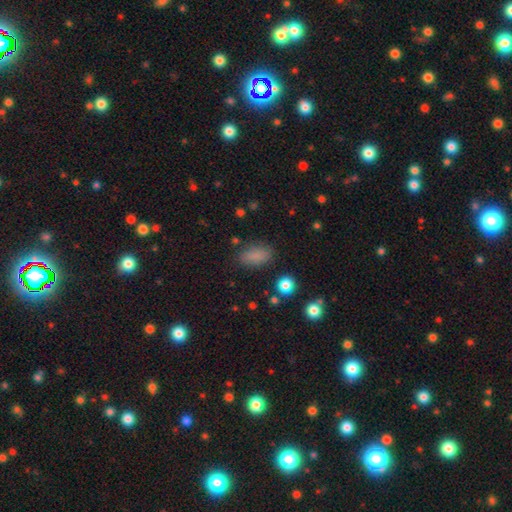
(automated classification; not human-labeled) This is clearly a smooth galaxy (84%). How rounded: clearly in between (88%). Merging: clearly none (82%).